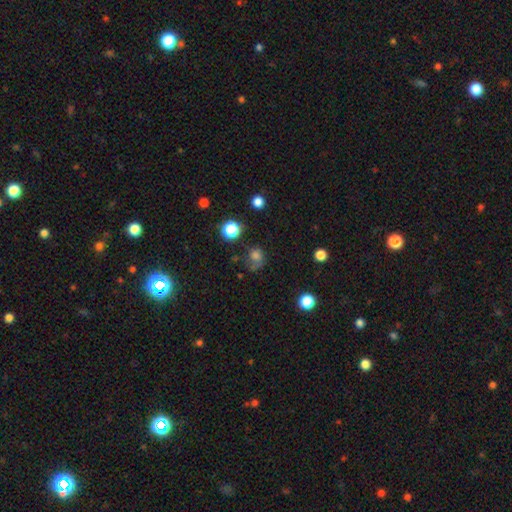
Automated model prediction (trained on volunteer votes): This appears to be a smooth galaxy with no disk features (67%) that is round (75%). Merging: none (48%).